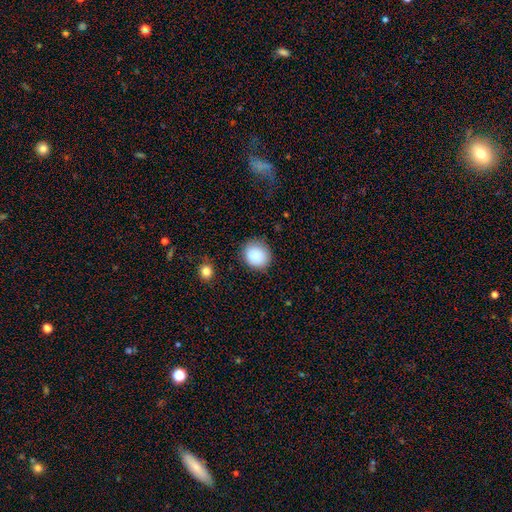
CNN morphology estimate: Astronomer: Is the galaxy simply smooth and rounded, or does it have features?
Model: smooth — 86%.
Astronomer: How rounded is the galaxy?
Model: round — 84%.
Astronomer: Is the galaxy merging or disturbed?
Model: none — 84%.